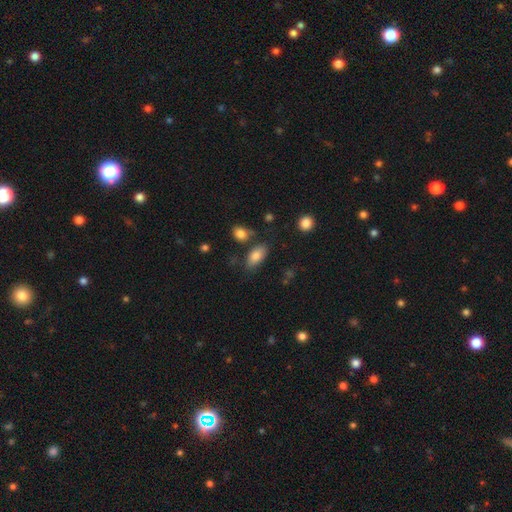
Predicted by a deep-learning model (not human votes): The model was most divided on "merging": none: 71%, minor disturbance: 15%, merger: 9%, major disturbance: 4%. More confident: how rounded — in between (89%); smooth or featured — smooth (82%).